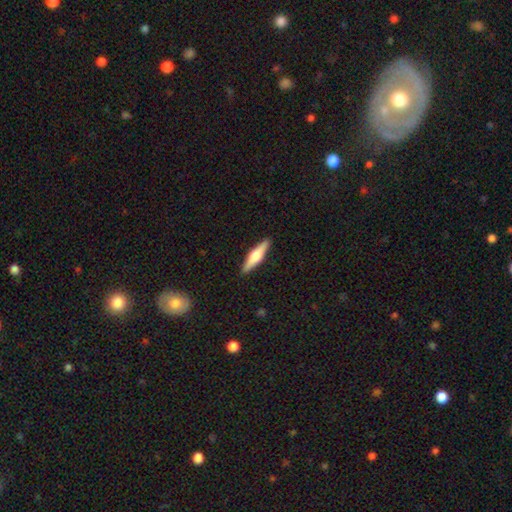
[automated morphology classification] Smooth or featured: featured or disk — 51% (smooth — 43%)
Edge-on disk: yes — 96% (no — 4%)
Merging: none — 91% (minor disturbance — 7%)